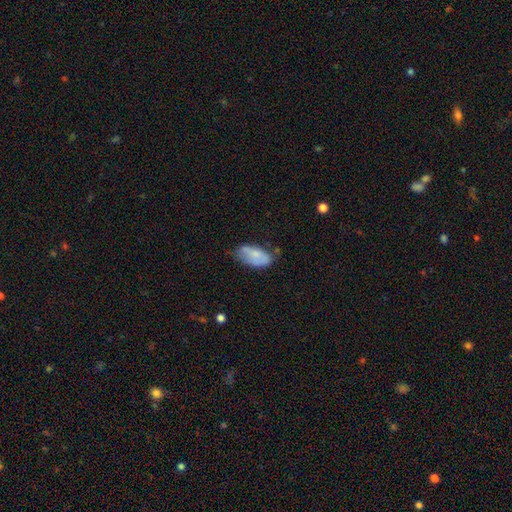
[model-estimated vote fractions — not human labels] The model was most divided on "merging": none: 49%, minor disturbance: 36%, major disturbance: 11%, merger: 4%. More confident: how rounded — in between (93%); smooth or featured — smooth (70%).